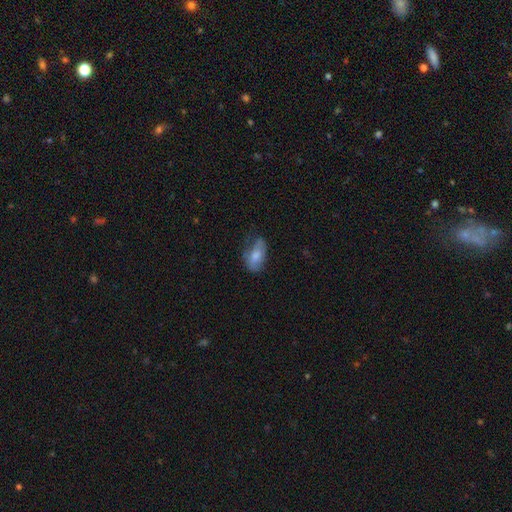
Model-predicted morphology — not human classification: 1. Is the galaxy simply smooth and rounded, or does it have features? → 70% smooth, 23% featured or disk, 7% star or artifact.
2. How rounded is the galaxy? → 91% in between, 6% round, 4% cigar-shaped.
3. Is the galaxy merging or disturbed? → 50% none, 33% minor disturbance, 15% major disturbance, 2% merger.